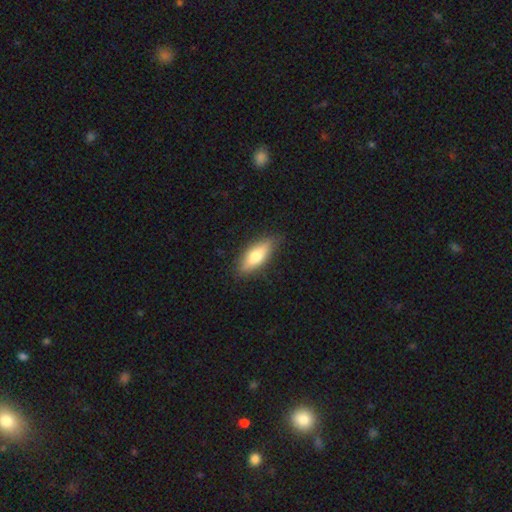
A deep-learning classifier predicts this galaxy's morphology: Smooth or featured? smooth (63%)
How rounded? in between (64%)
Merging? none (84%)